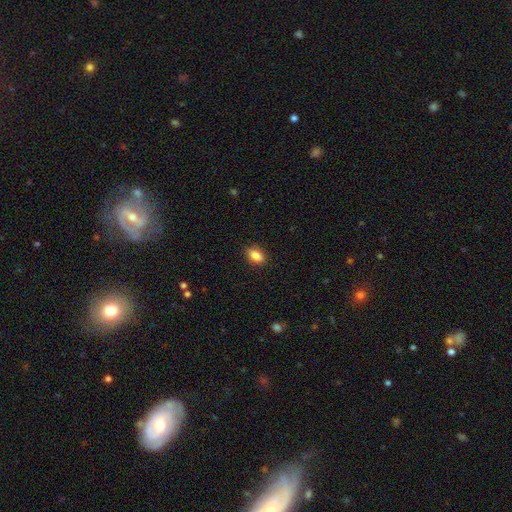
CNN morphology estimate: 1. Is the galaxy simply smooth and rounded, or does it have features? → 87% smooth, 8% star or artifact, 5% featured or disk.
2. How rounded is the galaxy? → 87% in between, 10% round, 3% cigar-shaped.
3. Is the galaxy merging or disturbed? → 88% none, 9% minor disturbance, 2% major disturbance, 1% merger.